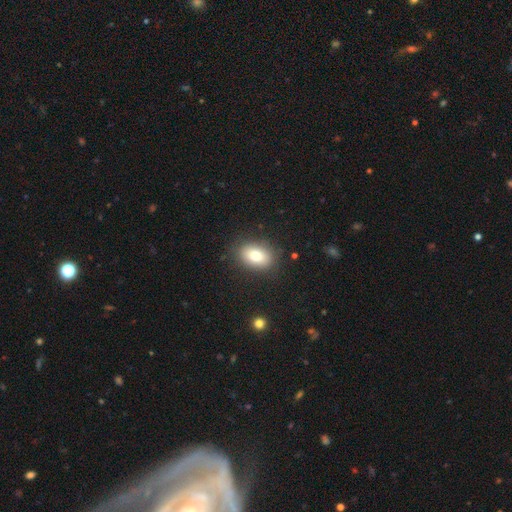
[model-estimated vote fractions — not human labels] The model was most divided on "how rounded": in between: 78%, round: 21%, cigar-shaped: 1%. More confident: merging — none (85%); smooth or featured — smooth (78%).